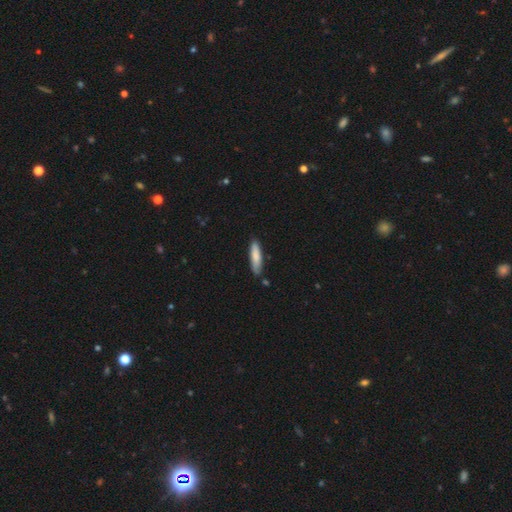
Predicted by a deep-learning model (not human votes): smooth-or-featured: smooth: 81% | featured or disk: 14% | star or artifact: 6%
  how-rounded: cigar-shaped: 73% | in between: 26% | round: 1%
  merging: none: 82% | minor disturbance: 13% | merger: 3% | major disturbance: 2%